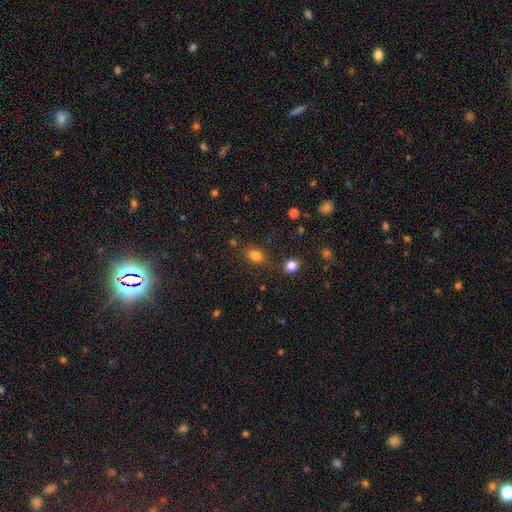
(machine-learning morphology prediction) Smooth or featured?
  - smooth: 80% *
  - star or artifact: 14%
  - featured or disk: 6%
How rounded?
  - in between: 68% *
  - round: 30%
  - cigar-shaped: 2%
Merging?
  - none: 73% *
  - minor disturbance: 15%
  - merger: 6%
  - major disturbance: 5%